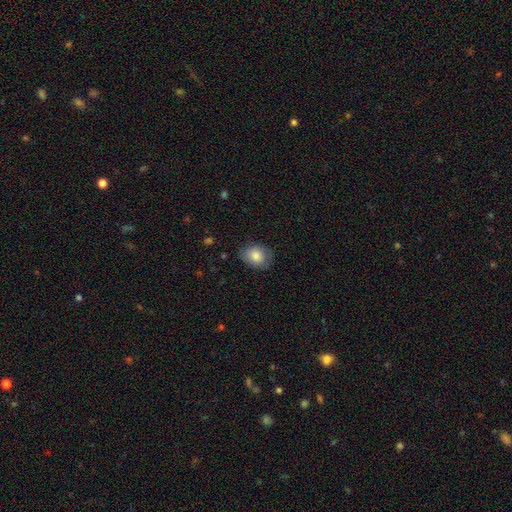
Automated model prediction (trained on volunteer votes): A smooth galaxy with no disk features (82%) that is in between round and cigar-shaped (53%).

Vote fractions:
- Smooth or featured? smooth: 82% / featured or disk: 10% / star or artifact: 8%
- How rounded? in between: 53% / round: 46% / cigar-shaped: 1%
- Merging? none: 74% / minor disturbance: 20% / major disturbance: 5% / merger: 1%